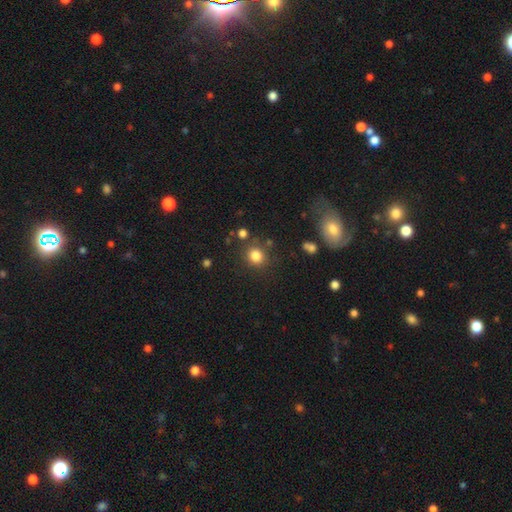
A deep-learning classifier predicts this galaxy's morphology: A smooth galaxy with no disk features (82%) that is round (82%).

Vote fractions:
- Smooth or featured? smooth: 82% / star or artifact: 12% / featured or disk: 6%
- How rounded? round: 82% / in between: 17% / cigar-shaped: 1%
- Merging? none: 80% / minor disturbance: 10% / merger: 6% / major disturbance: 4%